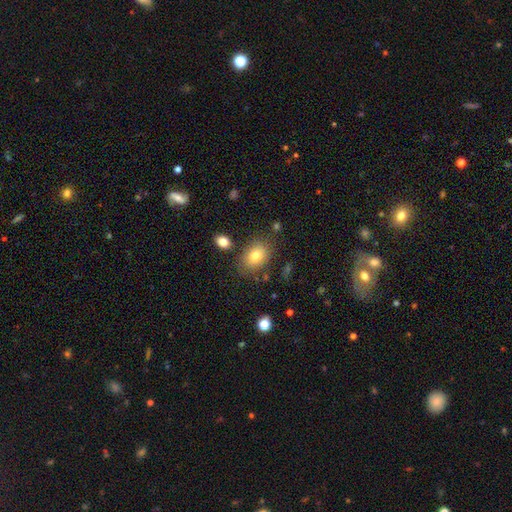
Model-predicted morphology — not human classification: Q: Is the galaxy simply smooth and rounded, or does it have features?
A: smooth — 78%.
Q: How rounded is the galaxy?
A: in between — 71%.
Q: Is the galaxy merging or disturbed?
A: none — 76%.